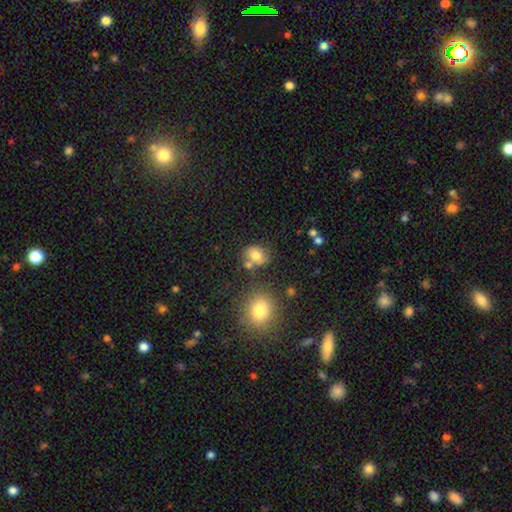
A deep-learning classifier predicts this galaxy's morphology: Smooth or featured: smooth — 70% (featured or disk — 18%)
How rounded: in between — 50% (round — 49%)
Merging: none — 60% (minor disturbance — 19%)